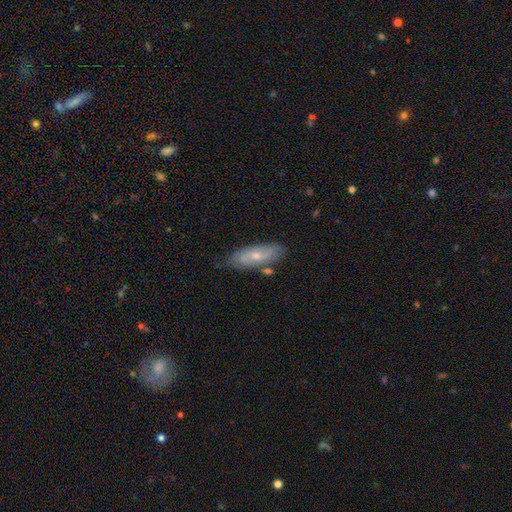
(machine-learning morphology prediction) This is possibly a featured or disk galaxy (53%). It is likely not viewed edge-on (77%). Merging: likely none (73%).